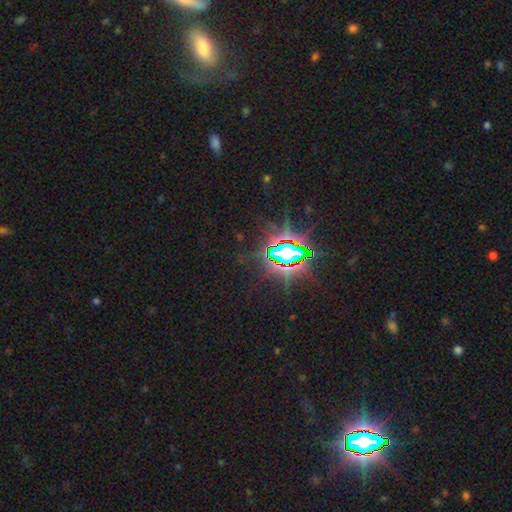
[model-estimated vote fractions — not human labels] Overall: star or artifact (85%).